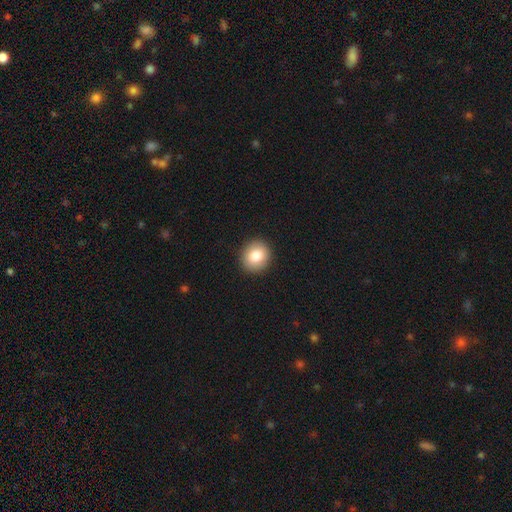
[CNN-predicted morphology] Smooth or featured? Predicted: smooth (p=0.84). How rounded? Predicted: round (p=0.77). Merging? Predicted: none (p=0.91).